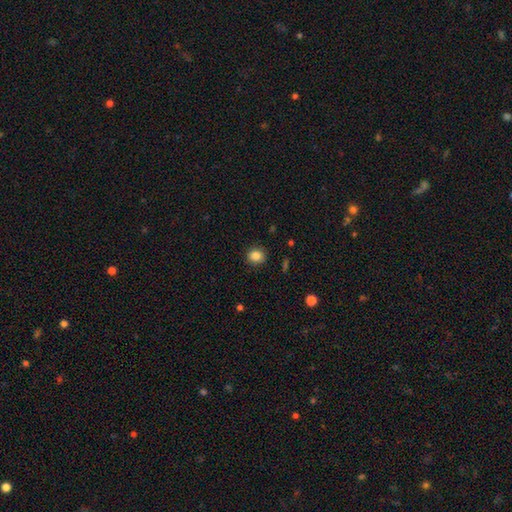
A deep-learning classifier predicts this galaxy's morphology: Smooth or featured? Predicted: smooth (p=0.85). How rounded? Predicted: round (p=0.83). Merging? Predicted: none (p=0.90).